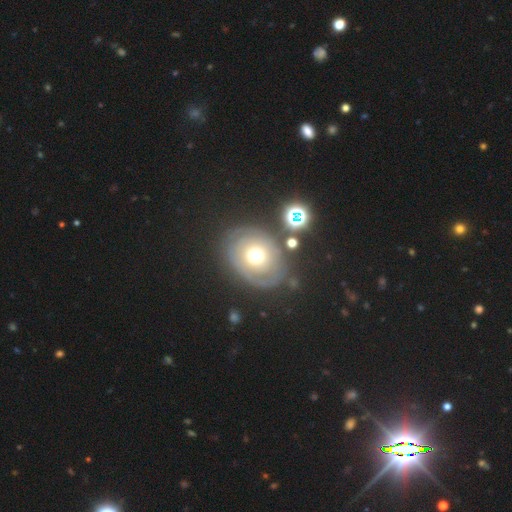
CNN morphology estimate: This is possibly a featured or disk galaxy (49%). Merging: likely none (67%).